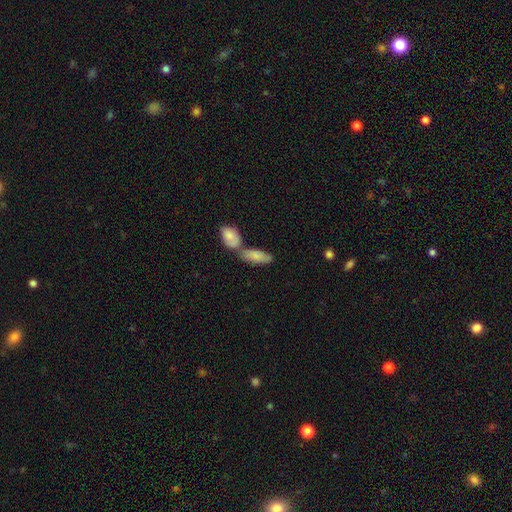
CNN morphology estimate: Overall: smooth (79%). How rounded: in between (74%). Merging: merger (42%; none 41%).